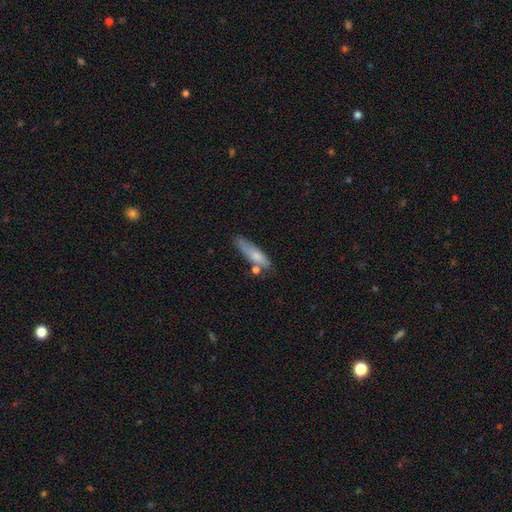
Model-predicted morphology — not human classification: Q: Smooth or featured?
A: smooth (71%); runner-up: featured or disk (22%)
Q: How rounded?
A: cigar-shaped (66%); runner-up: in between (32%)
Q: Merging?
A: none (55%); runner-up: minor disturbance (25%)